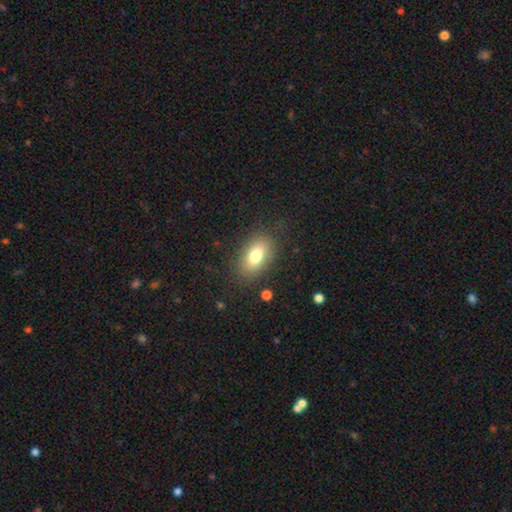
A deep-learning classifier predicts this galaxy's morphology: A smooth galaxy with no disk features (77%) that is in between round and cigar-shaped (87%).

Vote fractions:
- Smooth or featured? smooth: 77% / featured or disk: 13% / star or artifact: 9%
- How rounded? in between: 87% / round: 10% / cigar-shaped: 3%
- Merging? none: 83% / minor disturbance: 11% / major disturbance: 5% / merger: 1%